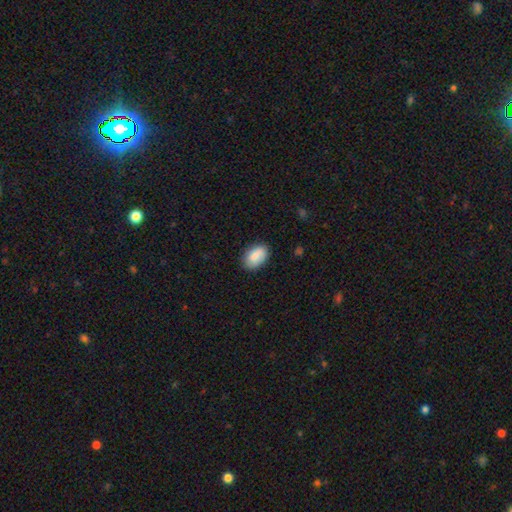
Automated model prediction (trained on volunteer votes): Smooth or featured?
  - smooth: 82% *
  - featured or disk: 11%
  - star or artifact: 7%
How rounded?
  - in between: 90% *
  - round: 9%
  - cigar-shaped: 1%
Merging?
  - none: 83% *
  - minor disturbance: 13%
  - major disturbance: 3%
  - merger: 1%